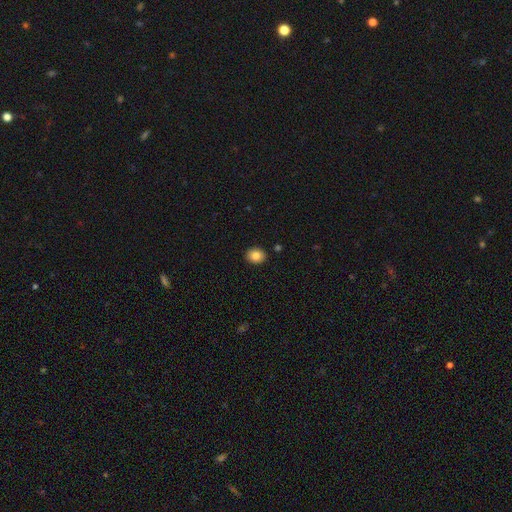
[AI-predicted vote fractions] smooth_or_featured: smooth (p=0.84) [alt: star or artifact p=0.09]
how_rounded: round (p=0.53) [alt: in between p=0.46]
merging: none (p=0.90) [alt: minor disturbance p=0.07]